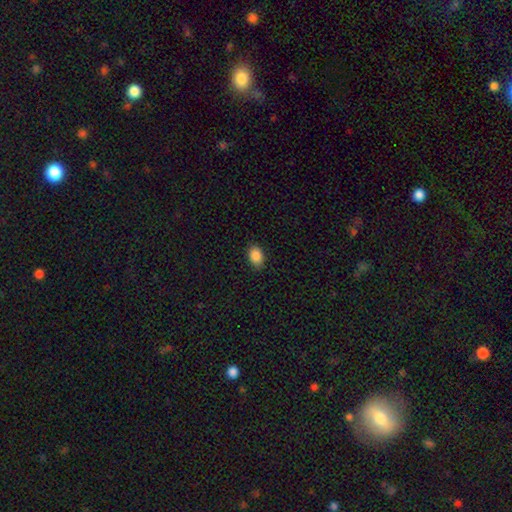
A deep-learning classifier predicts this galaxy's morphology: The model was most divided on "how rounded": in between: 84%, round: 15%, cigar-shaped: 1%. More confident: smooth or featured — smooth (88%); merging — none (87%).